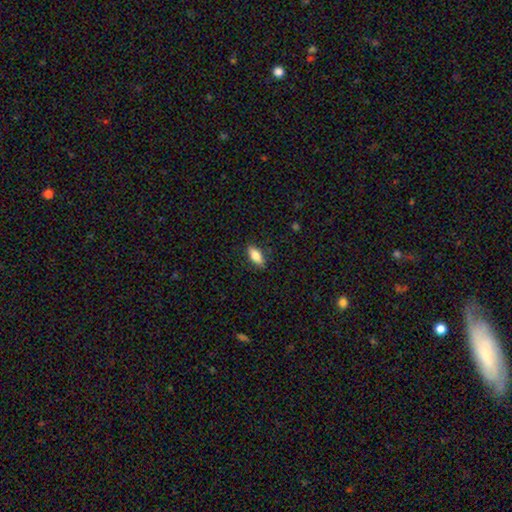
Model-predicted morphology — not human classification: This appears to be a smooth galaxy with no disk features (75%) that is in between round and cigar-shaped (77%). Merging: none (87%).